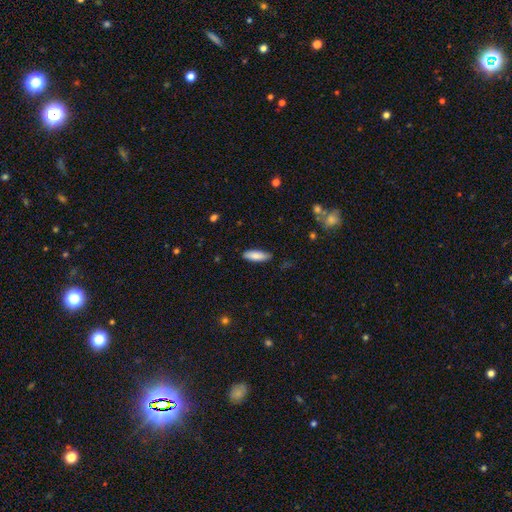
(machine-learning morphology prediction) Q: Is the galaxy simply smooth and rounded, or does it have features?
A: smooth — 85%.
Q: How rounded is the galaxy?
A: in between — 59%.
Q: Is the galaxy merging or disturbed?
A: none — 84%.